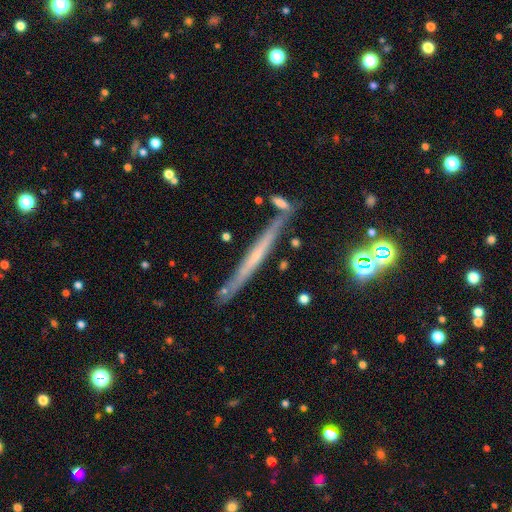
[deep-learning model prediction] smooth_or_featured: featured or disk (p=0.60) [alt: smooth p=0.31]
disk_edge_on: yes (p=0.95) [alt: no p=0.05]
edge_on_bulge: none (p=0.77) [alt: rounded p=0.17]
merging: none (p=0.81) [alt: minor disturbance p=0.11]